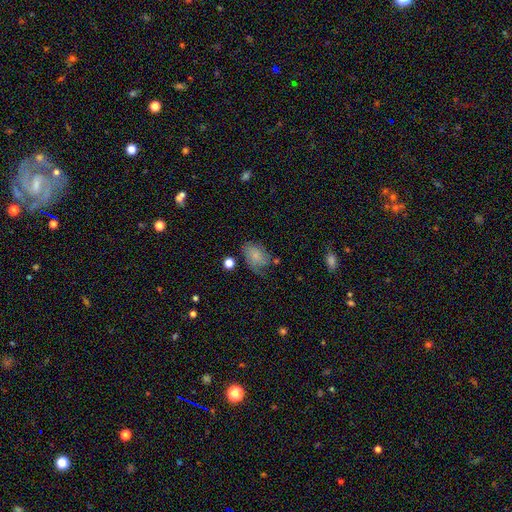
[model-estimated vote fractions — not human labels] smooth_or_featured: smooth (p=0.65) [alt: featured or disk p=0.26]
how_rounded: in between (p=0.80) [alt: round p=0.18]
merging: none (p=0.45) [alt: minor disturbance p=0.32]